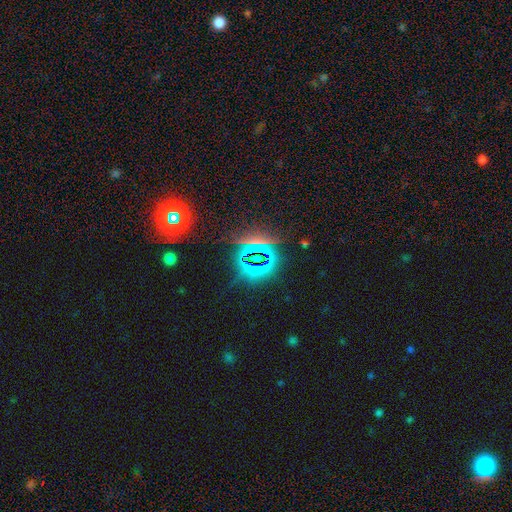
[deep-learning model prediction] Q: Smooth or featured?
A: star or artifact (79%); runner-up: smooth (12%)